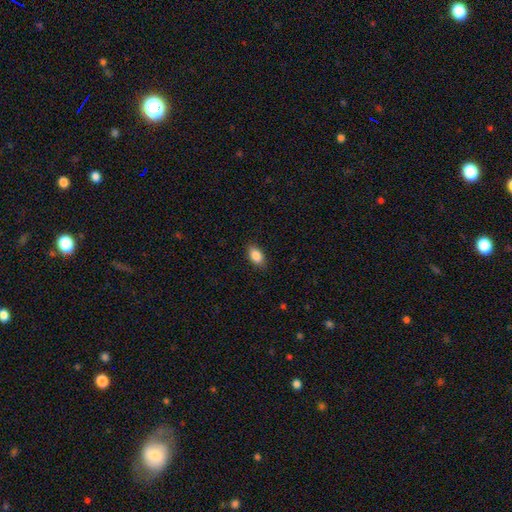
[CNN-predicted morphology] This is clearly a smooth galaxy (87%). How rounded: clearly in between (90%). Merging: clearly none (87%).